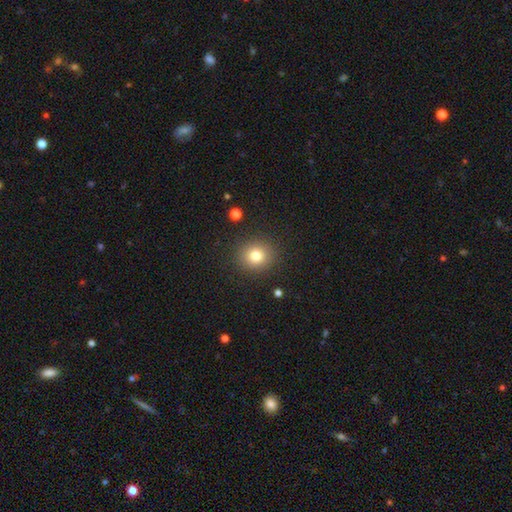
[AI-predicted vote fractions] This appears to be a smooth galaxy with no disk features (80%) that is round (84%). Merging: none (89%).